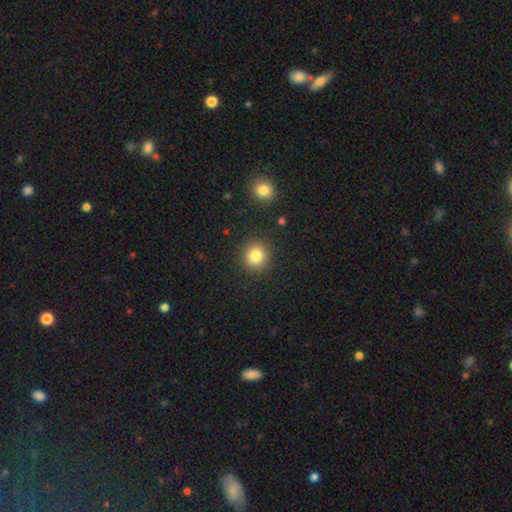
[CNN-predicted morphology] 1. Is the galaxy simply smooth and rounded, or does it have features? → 82% smooth, 11% star or artifact, 7% featured or disk.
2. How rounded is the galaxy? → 90% round, 9% in between, 1% cigar-shaped.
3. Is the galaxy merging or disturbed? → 89% none, 7% minor disturbance, 3% major disturbance, 2% merger.